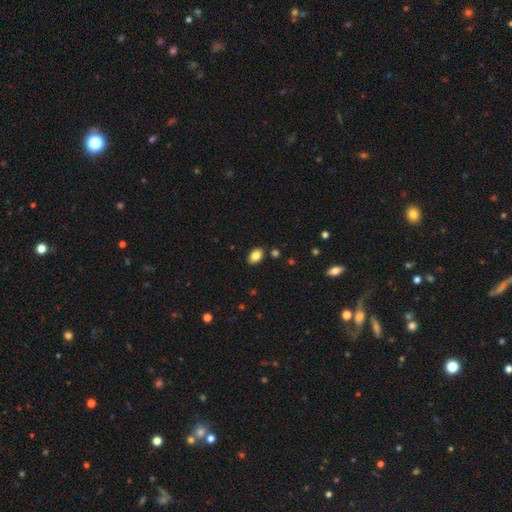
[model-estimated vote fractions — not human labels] The model was most divided on "smooth or featured": smooth: 84%, star or artifact: 8%, featured or disk: 8%. More confident: how rounded — in between (88%); merging — none (87%).